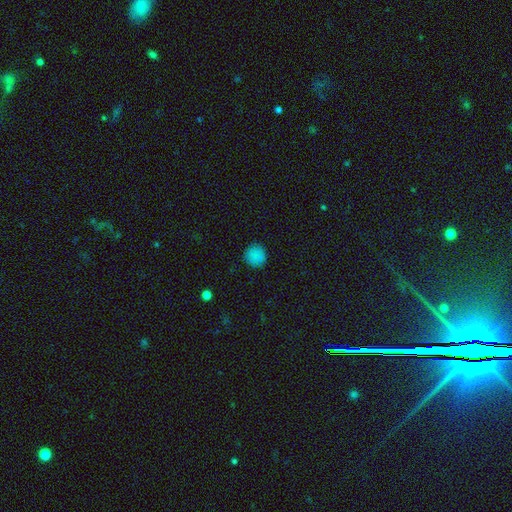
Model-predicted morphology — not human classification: smooth 85%, star or artifact 11%, featured or disk 3%. Down the decision tree: how rounded — round (92%); merging — none (90%).